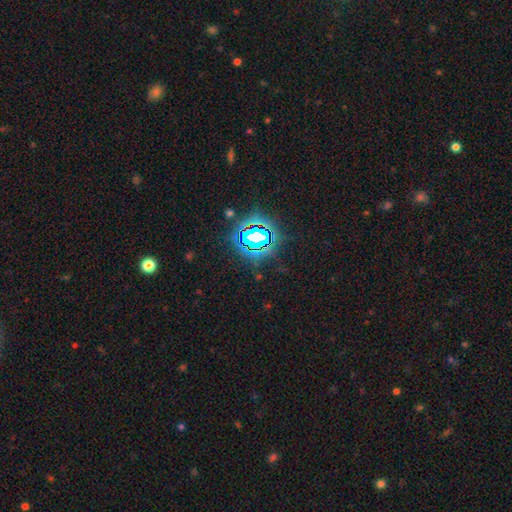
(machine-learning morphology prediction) type=star or artifact (82%).